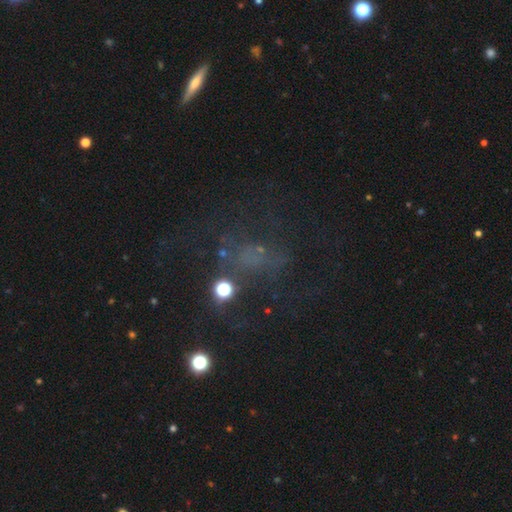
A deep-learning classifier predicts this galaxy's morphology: This is marginally a featured or disk galaxy (38%). Merging: possibly none (50%).